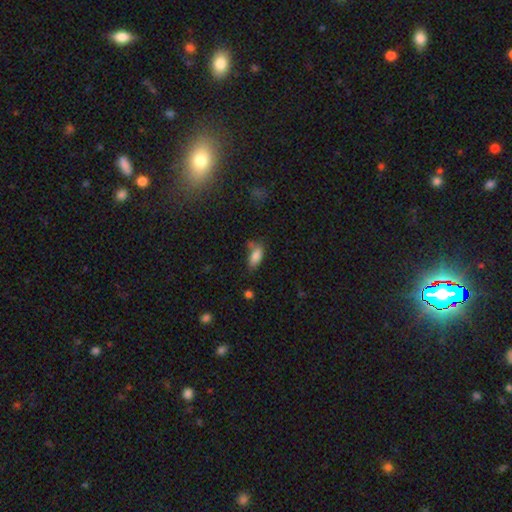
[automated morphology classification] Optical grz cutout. It shows a smooth galaxy with no disk features (85%) that is in between round and cigar-shaped (85%). Merging: none (59%).